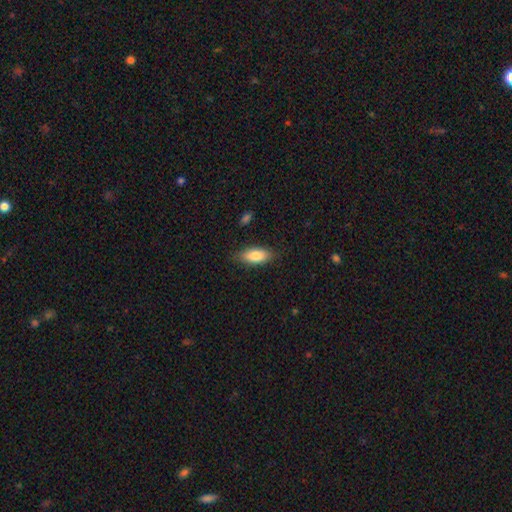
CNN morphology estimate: smooth-or-featured: smooth: 82% | featured or disk: 12% | star or artifact: 7%
  how-rounded: in between: 83% | cigar-shaped: 15% | round: 3%
  merging: none: 82% | minor disturbance: 14% | major disturbance: 3% | merger: 1%